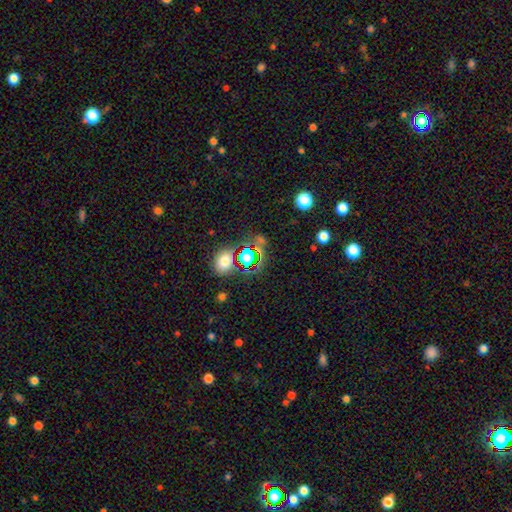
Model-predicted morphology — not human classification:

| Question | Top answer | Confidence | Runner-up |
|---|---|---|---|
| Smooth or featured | star or artifact | 56% | smooth (34%) |